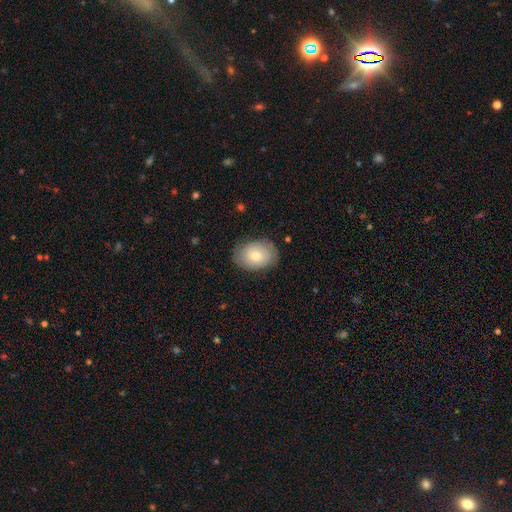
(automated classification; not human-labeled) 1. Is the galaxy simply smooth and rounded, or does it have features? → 64% smooth, 28% featured or disk, 8% star or artifact.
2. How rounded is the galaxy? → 77% in between, 22% round, 1% cigar-shaped.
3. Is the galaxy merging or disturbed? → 80% none, 15% minor disturbance, 4% major disturbance, 1% merger.